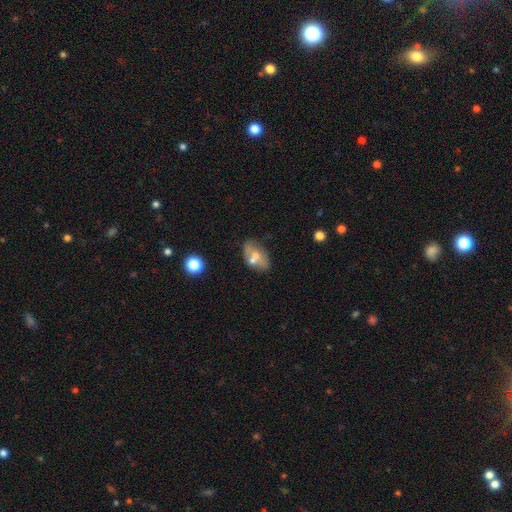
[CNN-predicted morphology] A smooth galaxy with no disk features (52%) that is in between round and cigar-shaped (84%). Merging: none (46%).